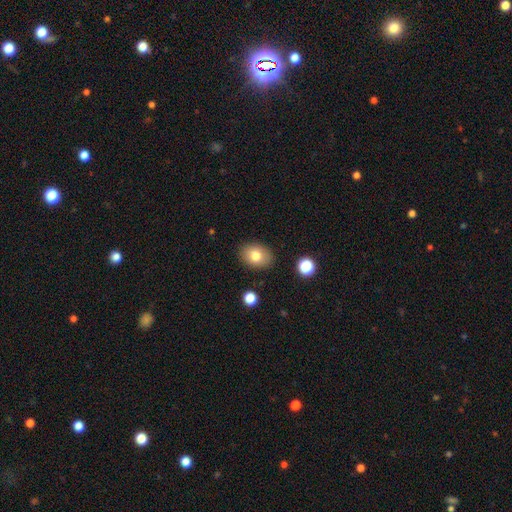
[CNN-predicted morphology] The model was most divided on "how rounded": in between: 68%, round: 31%, cigar-shaped: 1%. More confident: merging — none (87%); smooth or featured — smooth (79%).